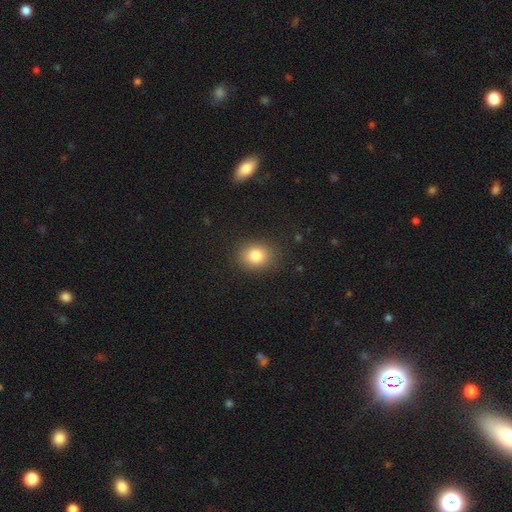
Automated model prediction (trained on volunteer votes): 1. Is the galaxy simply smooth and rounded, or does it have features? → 82% smooth, 11% star or artifact, 7% featured or disk.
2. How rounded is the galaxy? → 60% round, 39% in between, 1% cigar-shaped.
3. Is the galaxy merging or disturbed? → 88% none, 8% minor disturbance, 3% major disturbance, 1% merger.